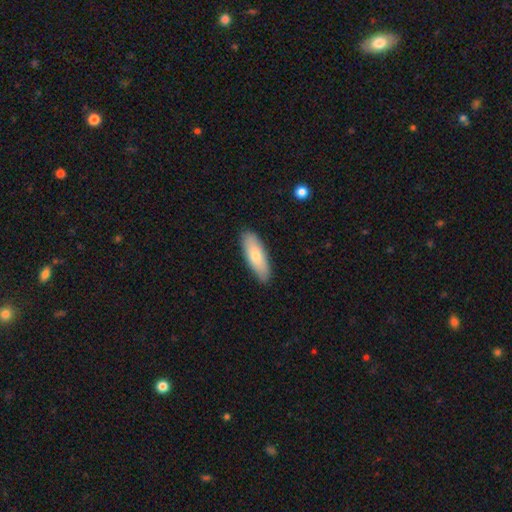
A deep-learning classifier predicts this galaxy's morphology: Overall: smooth (75%). How rounded: in between (57%; cigar-shaped 41%). Merging: none (87%).